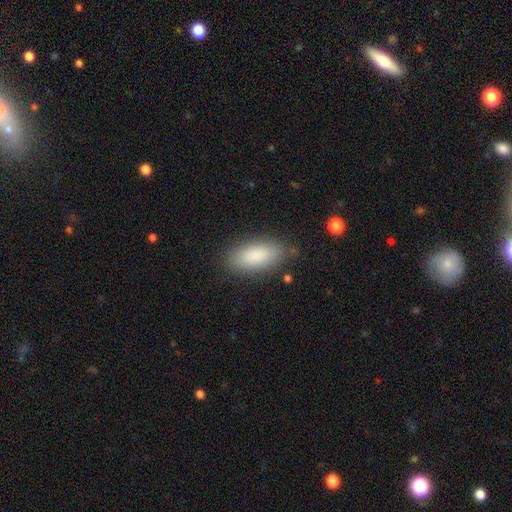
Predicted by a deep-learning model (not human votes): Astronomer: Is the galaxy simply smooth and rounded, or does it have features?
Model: smooth — 87%.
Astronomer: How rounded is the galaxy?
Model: in between — 88%.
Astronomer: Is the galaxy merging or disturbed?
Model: none — 83%.